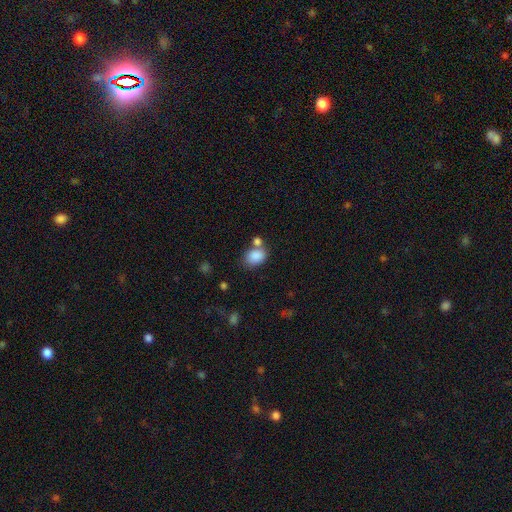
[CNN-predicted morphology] Q: Smooth or featured?
A: smooth (86%); runner-up: star or artifact (9%)
Q: How rounded?
A: in between (72%); runner-up: round (27%)
Q: Merging?
A: none (55%); runner-up: merger (26%)